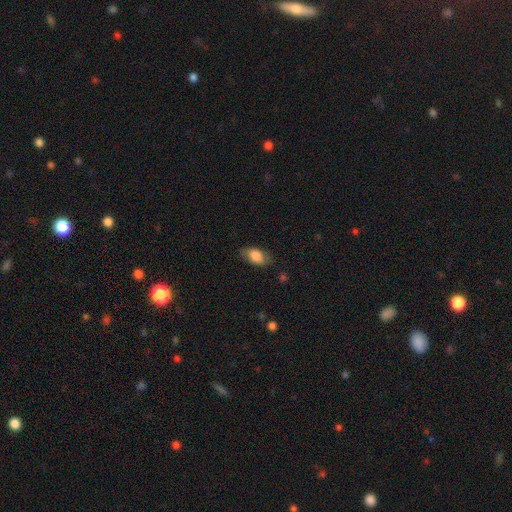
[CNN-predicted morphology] type=smooth (81%); roundness=in between (89%); merging=none (74%).